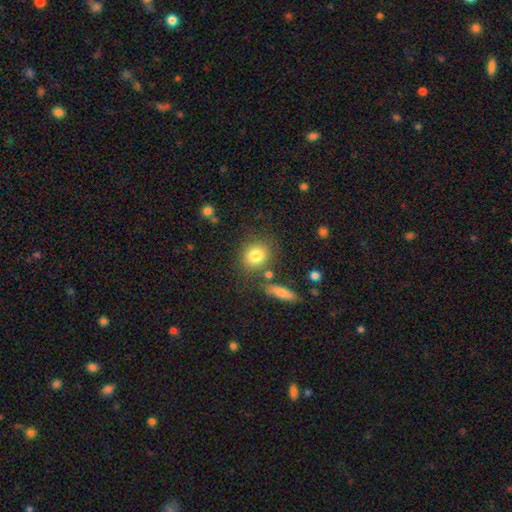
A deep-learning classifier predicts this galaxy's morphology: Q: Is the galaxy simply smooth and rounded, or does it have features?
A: smooth — 81%.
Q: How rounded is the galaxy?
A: round — 76%.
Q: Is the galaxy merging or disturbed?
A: none — 74%.